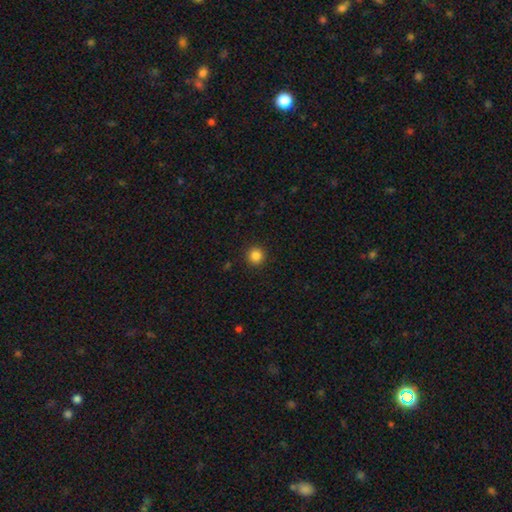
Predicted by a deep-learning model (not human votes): This is clearly a smooth galaxy (85%). How rounded: clearly round (95%). Merging: clearly none (92%).